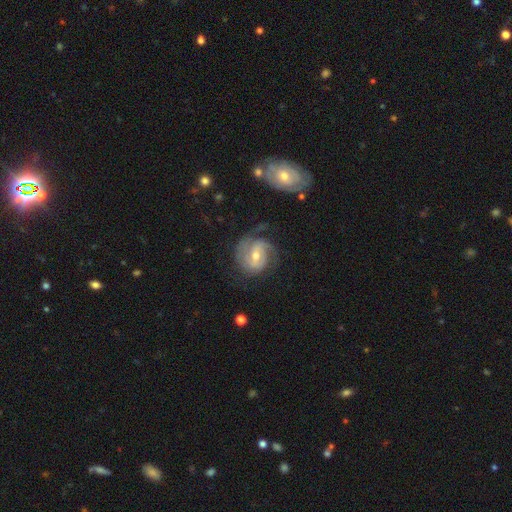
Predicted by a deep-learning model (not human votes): Smooth or featured? featured or disk (85%)
Edge-on disk? no (98%)
Bar? weak (51%)
Spiral arms? yes (95%)
Spiral winding? tight (50%)
Spiral arm count? 2 (46%)
Bulge size? moderate (59%)
Merging? none (63%)